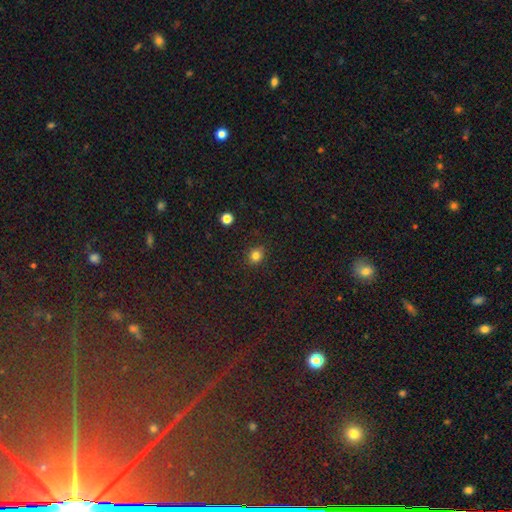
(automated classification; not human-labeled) Q: Smooth or featured?
A: smooth (81%); runner-up: star or artifact (14%)
Q: How rounded?
A: round (74%); runner-up: in between (25%)
Q: Merging?
A: none (87%); runner-up: minor disturbance (9%)